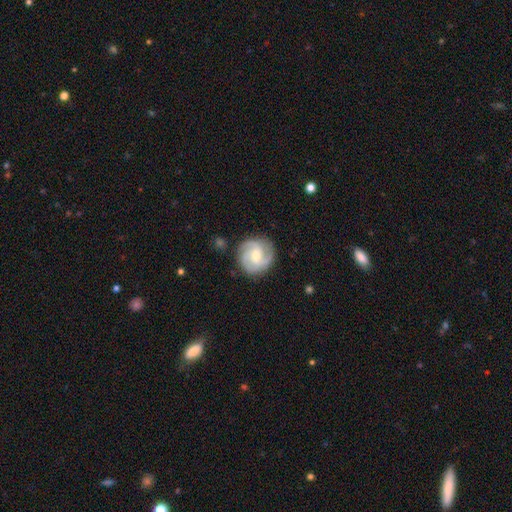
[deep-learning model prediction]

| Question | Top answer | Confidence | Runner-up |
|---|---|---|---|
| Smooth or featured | featured or disk | 81% | smooth (14%) |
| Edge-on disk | no | 98% | yes (2%) |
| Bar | no | 52% | weak (39%) |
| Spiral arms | yes | 97% | no (3%) |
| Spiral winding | tight | 45% | medium (44%) |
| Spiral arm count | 3 | 60% | 2 (16%) |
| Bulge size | moderate | 60% | small (35%) |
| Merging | none | 84% | minor disturbance (11%) |